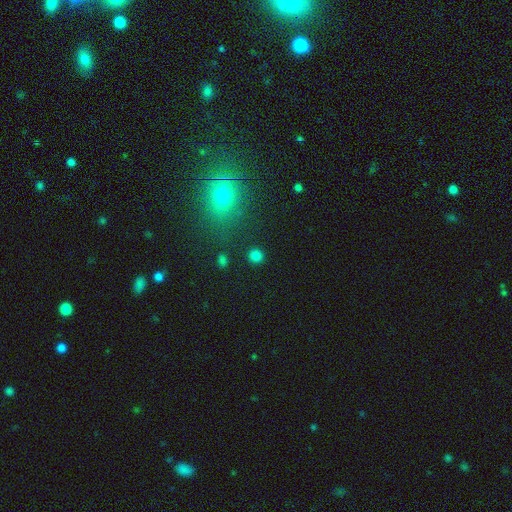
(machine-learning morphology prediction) Smooth or featured? Predicted: smooth (p=0.82). How rounded? Predicted: round (p=0.92). Merging? Predicted: none (p=0.89).